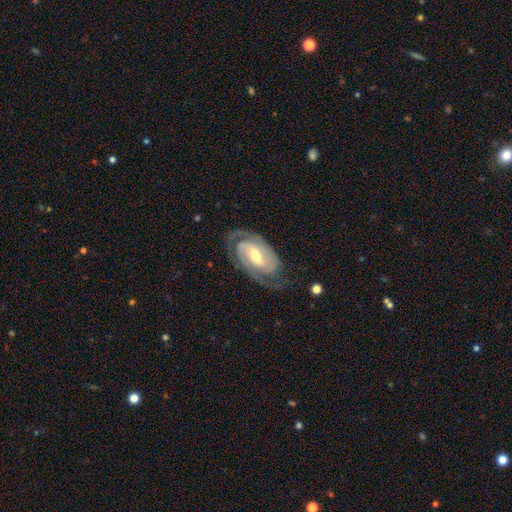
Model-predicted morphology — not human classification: Smooth or featured? Predicted: featured or disk (p=0.87). Edge-on disk? Predicted: no (p=0.96). Bar? Predicted: weak (p=0.47). Spiral arms? Predicted: yes (p=0.96). Spiral winding? Predicted: tight (p=0.54). Spiral arm count? Predicted: 2 (p=0.83). Bulge size? Predicted: moderate (p=0.63). Merging? Predicted: none (p=0.75).